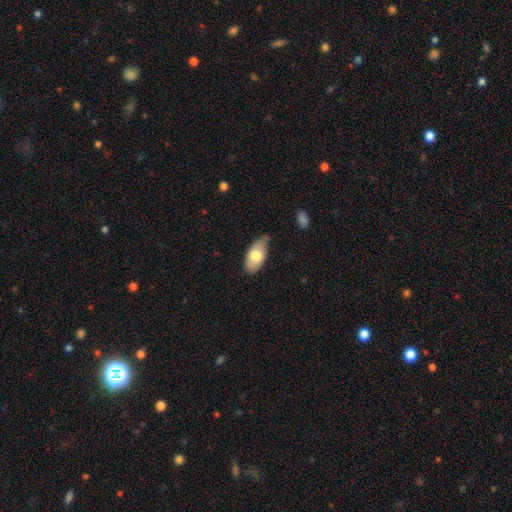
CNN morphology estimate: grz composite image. It shows a smooth galaxy with no disk features (74%) that is in between round and cigar-shaped (93%). Merging: none (58%).